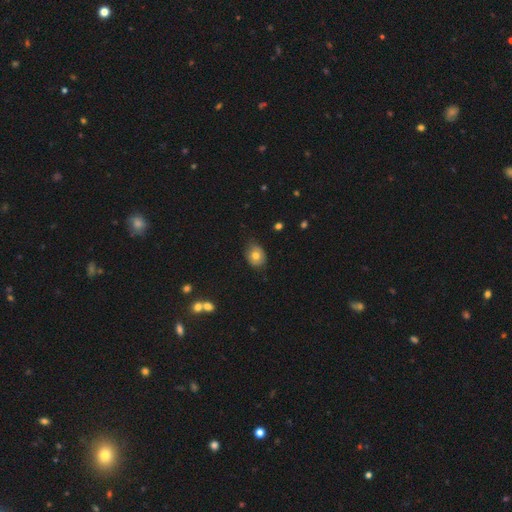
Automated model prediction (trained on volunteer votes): This appears to be a smooth galaxy with no disk features (73%) that is round (50%). Merging: none (69%).